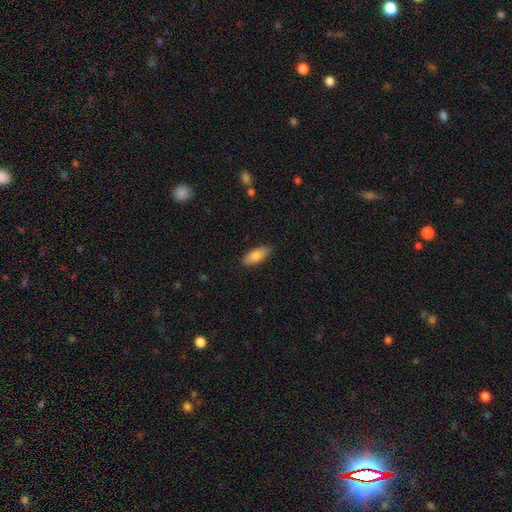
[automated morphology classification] smooth_or_featured: smooth (p=0.82) [alt: featured or disk p=0.12]
how_rounded: in between (p=0.80) [alt: cigar-shaped p=0.18]
merging: none (p=0.86) [alt: minor disturbance p=0.11]